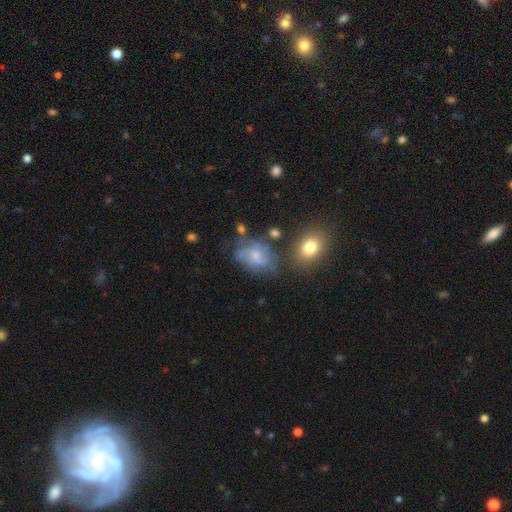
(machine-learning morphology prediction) featured or disk 62%, smooth 28%, star or artifact 10%. Down the decision tree: edge-on disk — no (97%); bar — no (61%); spiral arms — yes (80%); bulge size — small (46%); merging — none (54%).